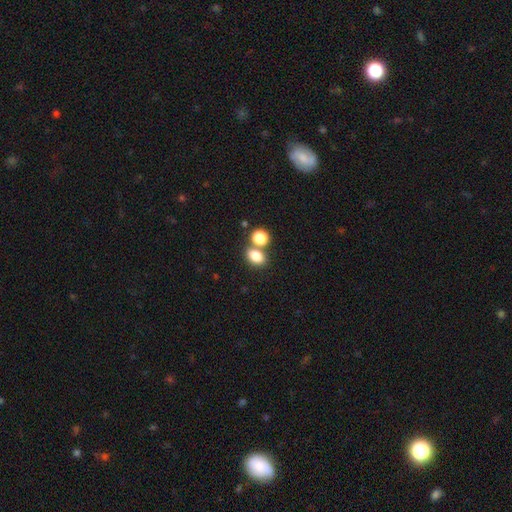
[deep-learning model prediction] This appears to be a smooth galaxy with no disk features (81%) that is in between round and cigar-shaped (65%). Merging: none (55%).